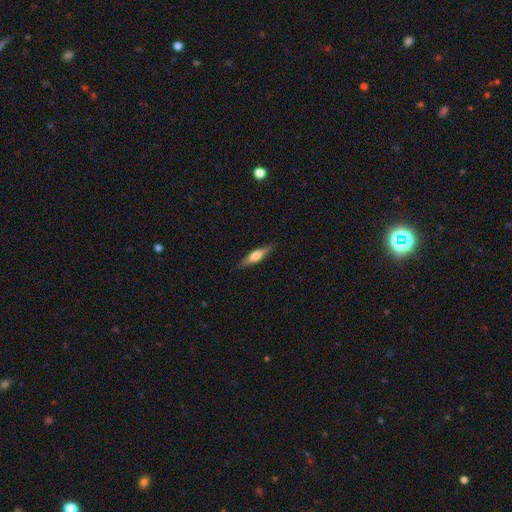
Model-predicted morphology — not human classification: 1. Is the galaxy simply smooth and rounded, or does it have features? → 51% featured or disk, 43% smooth, 6% star or artifact.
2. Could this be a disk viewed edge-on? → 95% yes, 5% no.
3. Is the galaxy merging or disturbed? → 87% none, 10% minor disturbance, 2% major disturbance, 1% merger.